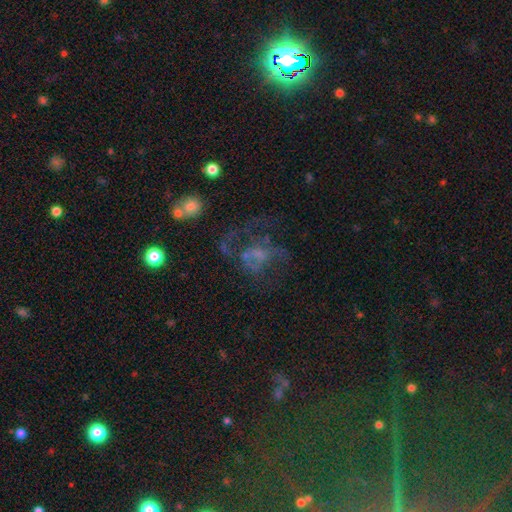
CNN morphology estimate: featured or disk 58%, smooth 22%, star or artifact 20%. Down the decision tree: edge-on disk — no (98%); bar — no (76%); spiral arms — no (56%); bulge size — none (55%); merging — major disturbance (44%).